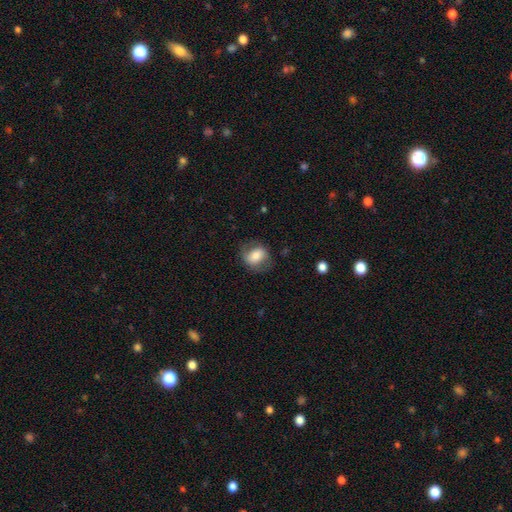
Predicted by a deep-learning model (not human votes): A smooth galaxy with no disk features (65%) that is in between round and cigar-shaped (56%).

Vote fractions:
- Smooth or featured? smooth: 65% / featured or disk: 27% / star or artifact: 8%
- How rounded? in between: 56% / round: 43% / cigar-shaped: 1%
- Merging? none: 69% / minor disturbance: 19% / major disturbance: 11% / merger: 1%